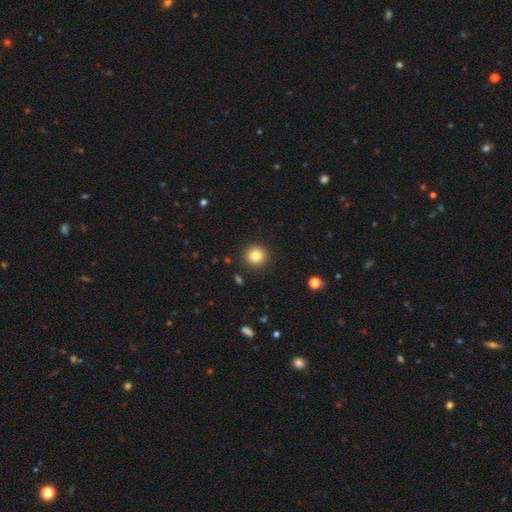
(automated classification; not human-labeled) Smooth or featured? smooth (82%)
How rounded? round (93%)
Merging? none (92%)